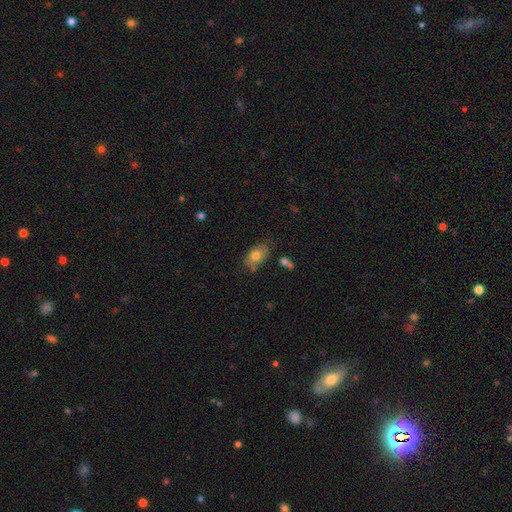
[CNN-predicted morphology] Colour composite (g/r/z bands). It shows a smooth galaxy with no disk features (76%) that is in between round and cigar-shaped (86%). Merging: none (68%).